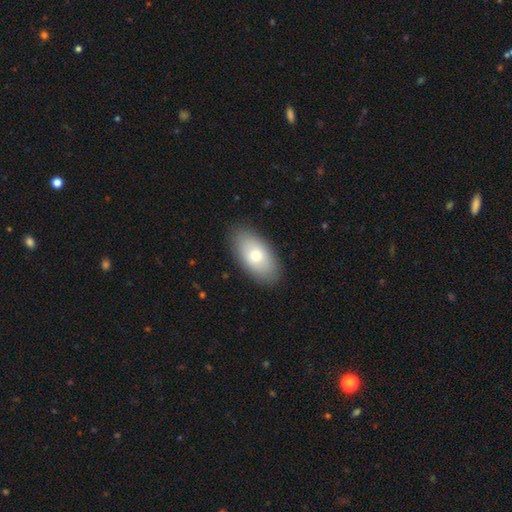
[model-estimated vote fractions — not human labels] This is likely a smooth galaxy (70%). How rounded: clearly in between (93%). Merging: clearly none (87%).